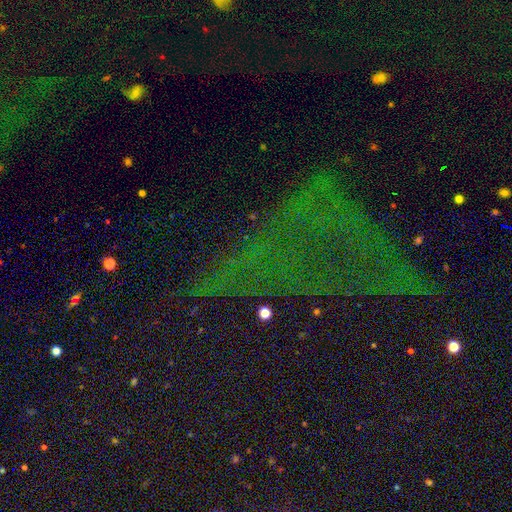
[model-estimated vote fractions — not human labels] Morphology: type=star or artifact (73%).